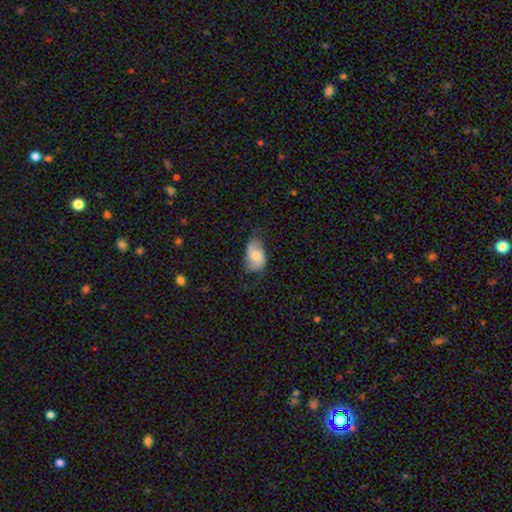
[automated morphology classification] smooth_or_featured: smooth (p=0.55) [alt: featured or disk p=0.38]
how_rounded: in between (p=0.88) [alt: round p=0.10]
merging: none (p=0.57) [alt: minor disturbance p=0.31]